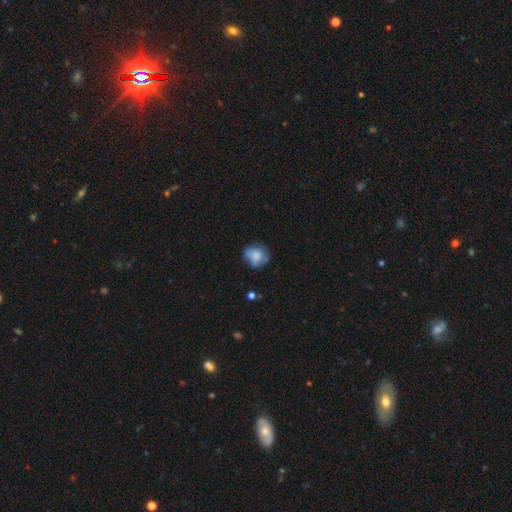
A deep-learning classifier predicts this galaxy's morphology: smooth_or_featured: smooth (p=0.69) [alt: featured or disk p=0.23]
how_rounded: round (p=0.71) [alt: in between p=0.28]
merging: none (p=0.57) [alt: minor disturbance p=0.29]